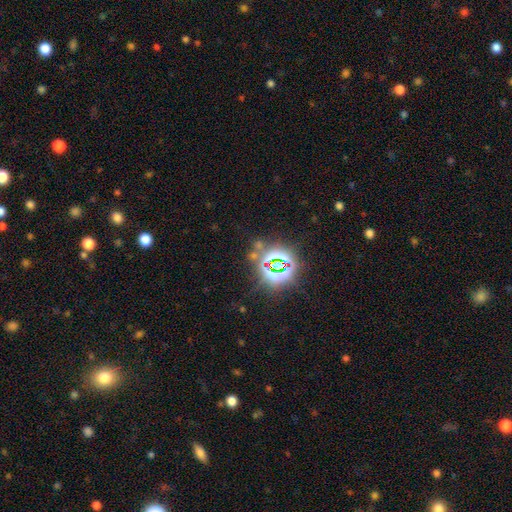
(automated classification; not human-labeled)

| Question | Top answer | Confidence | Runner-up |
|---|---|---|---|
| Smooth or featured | star or artifact | 78% | smooth (13%) |